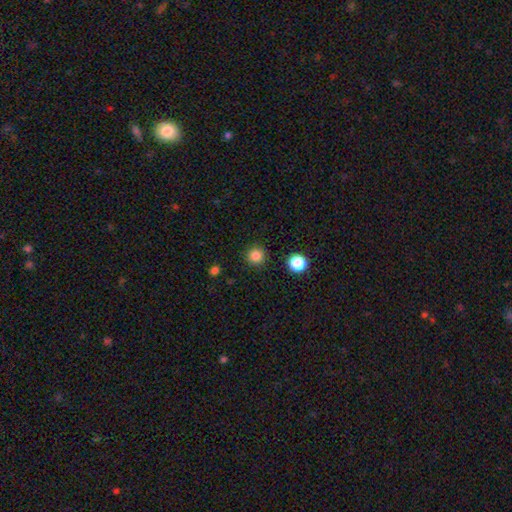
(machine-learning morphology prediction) type=smooth (84%); roundness=round (95%); merging=none (91%).